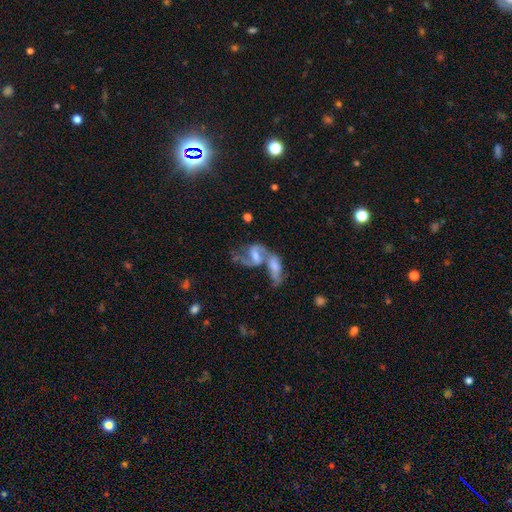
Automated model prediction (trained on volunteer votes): Morphology: type=featured or disk (78%); edge-on=no (95%); bar=weak (48%); spiral arms=yes (90%); winding=loose (45%); arm count=2 (85%); bulge=moderate (51%); merging=merger (66%).